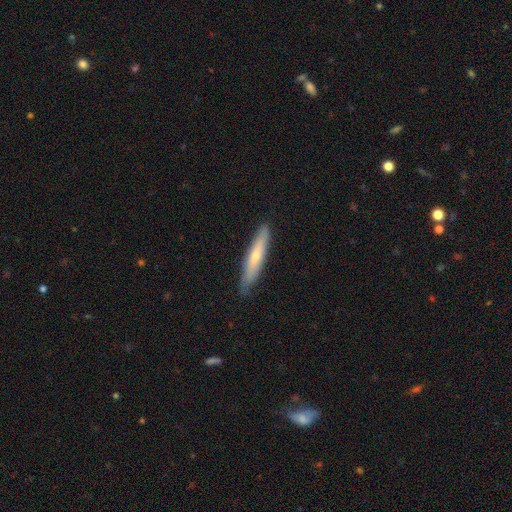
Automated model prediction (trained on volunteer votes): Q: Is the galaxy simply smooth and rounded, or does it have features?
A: smooth — 56%.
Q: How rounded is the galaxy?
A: cigar-shaped — 89%.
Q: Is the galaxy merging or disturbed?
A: none — 85%.